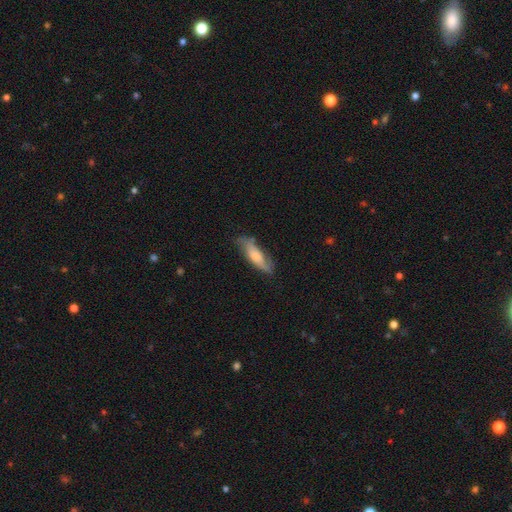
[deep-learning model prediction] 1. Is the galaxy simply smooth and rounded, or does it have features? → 57% smooth, 36% featured or disk, 7% star or artifact.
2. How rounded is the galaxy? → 52% in between, 46% cigar-shaped, 2% round.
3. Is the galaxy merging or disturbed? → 62% none, 27% minor disturbance, 8% major disturbance, 2% merger.